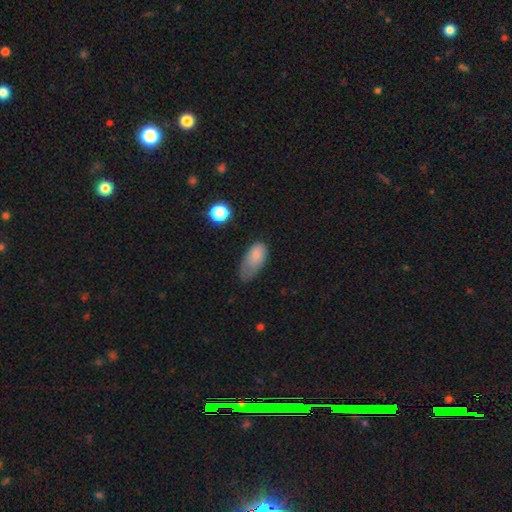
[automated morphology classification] Overall: smooth (79%). How rounded: in between (91%). Merging: minor disturbance (48%; major disturbance 25%).